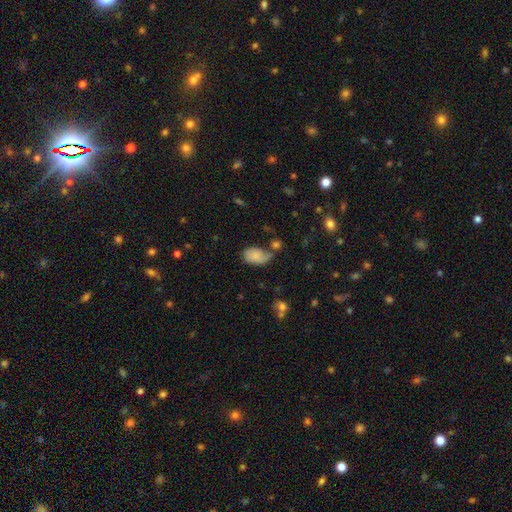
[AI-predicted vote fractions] Smooth or featured: smooth — 71% (featured or disk — 20%)
How rounded: in between — 89% (round — 10%)
Merging: none — 36% (minor disturbance — 30%)